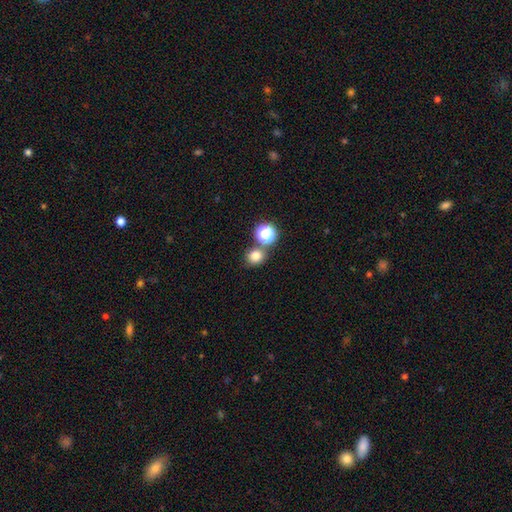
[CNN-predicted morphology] Q: Smooth or featured?
A: smooth (77%); runner-up: star or artifact (17%)
Q: How rounded?
A: round (80%); runner-up: in between (19%)
Q: Merging?
A: none (70%); runner-up: merger (19%)